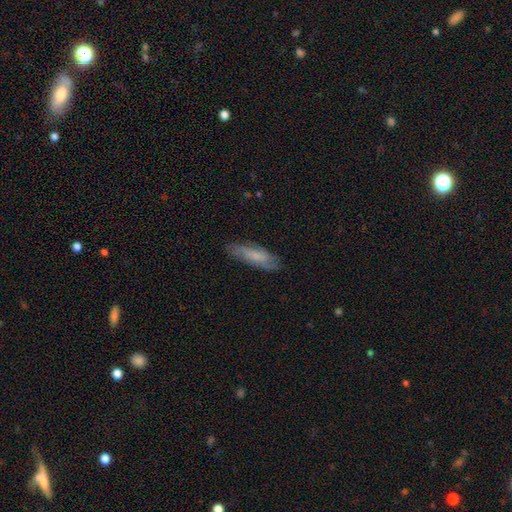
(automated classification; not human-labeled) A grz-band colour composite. It shows a smooth galaxy with no disk features (49%). Merging: none (77%).